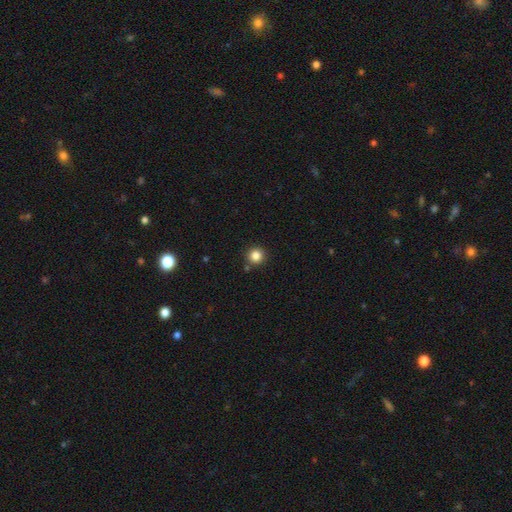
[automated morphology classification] smooth 84%, star or artifact 12%, featured or disk 4%. Down the decision tree: how rounded — round (95%); merging — none (88%).